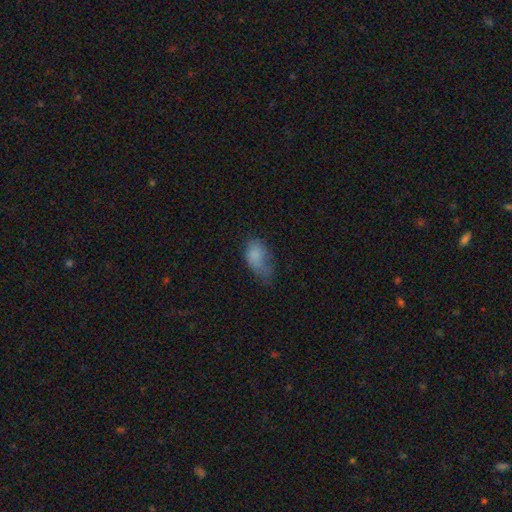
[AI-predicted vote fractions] Overall: smooth (75%). How rounded: in between (91%). Merging: minor disturbance (35%; major disturbance 32%).